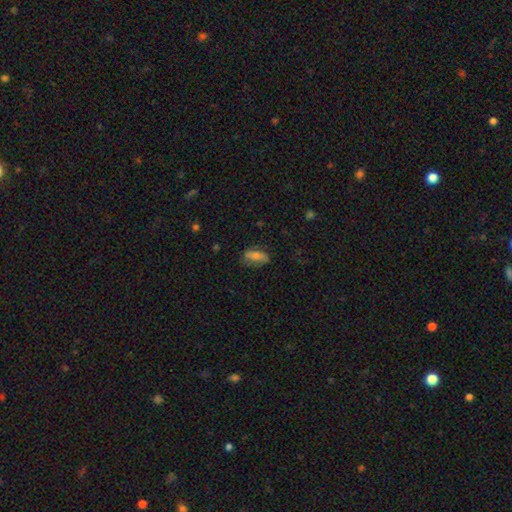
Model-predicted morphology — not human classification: Smooth or featured?
  - smooth: 52% *
  - featured or disk: 37%
  - star or artifact: 11%
How rounded?
  - in between: 76% *
  - cigar-shaped: 16%
  - round: 8%
Merging?
  - none: 73% *
  - minor disturbance: 19%
  - major disturbance: 6%
  - merger: 3%